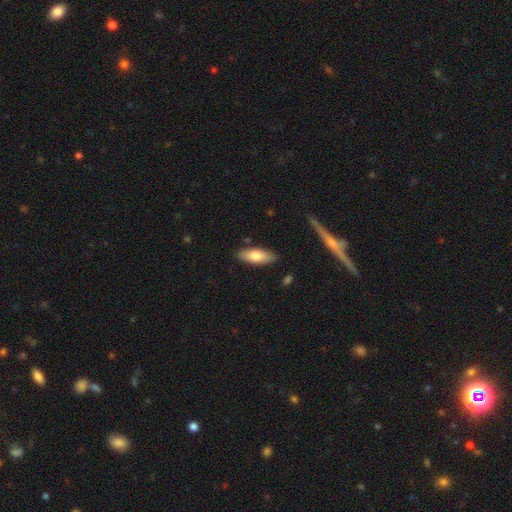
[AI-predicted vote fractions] Q: Smooth or featured?
A: smooth (76%); runner-up: featured or disk (17%)
Q: How rounded?
A: in between (71%); runner-up: cigar-shaped (27%)
Q: Merging?
A: none (86%); runner-up: minor disturbance (10%)